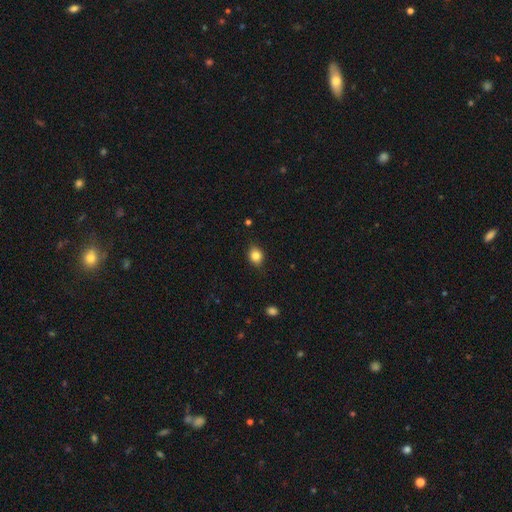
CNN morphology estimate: Smooth or featured: smooth — 84% (star or artifact — 10%)
How rounded: round — 51% (in between — 48%)
Merging: none — 83% (minor disturbance — 13%)